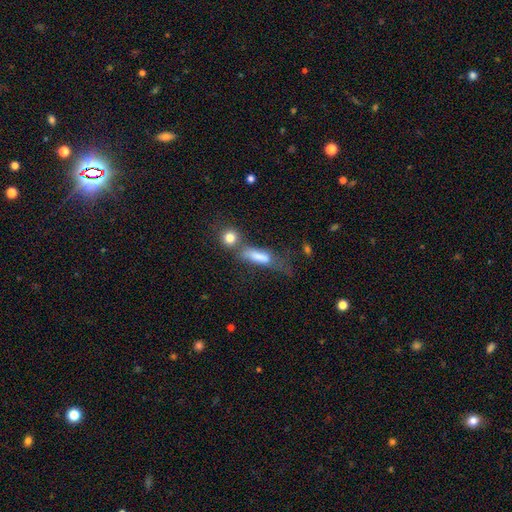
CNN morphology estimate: This appears to be a smooth galaxy with no disk features (64%) that is cigar-shaped (50%). Merging: none (31%).